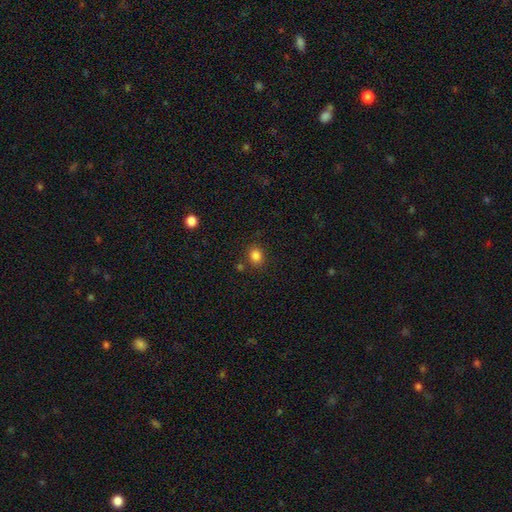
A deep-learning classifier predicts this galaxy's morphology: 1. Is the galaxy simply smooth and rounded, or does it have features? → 84% smooth, 12% star or artifact, 5% featured or disk.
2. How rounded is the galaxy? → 64% round, 35% in between, 1% cigar-shaped.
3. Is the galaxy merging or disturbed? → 82% none, 10% minor disturbance, 5% merger, 3% major disturbance.